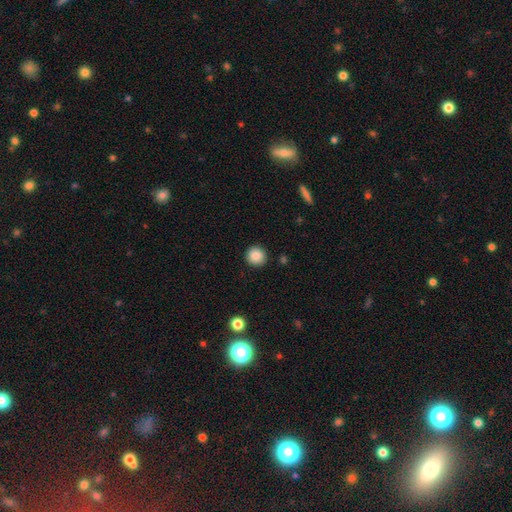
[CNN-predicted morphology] The model was most divided on "smooth or featured": smooth: 88%, star or artifact: 9%, featured or disk: 4%. More confident: how rounded — round (93%); merging — none (91%).